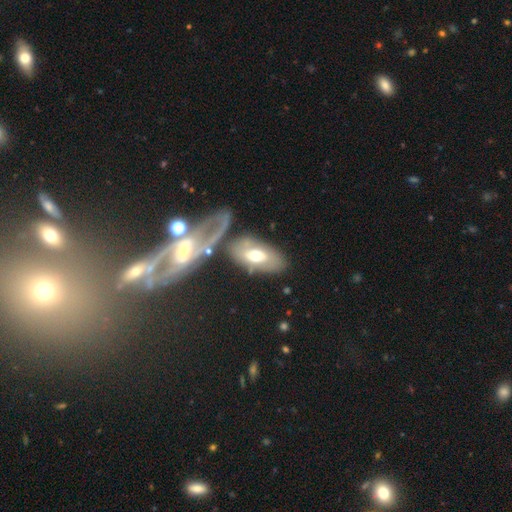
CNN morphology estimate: Smooth or featured: featured or disk — 47% (tied with smooth — 47%)
Merging: none — 56% (merger — 18%)